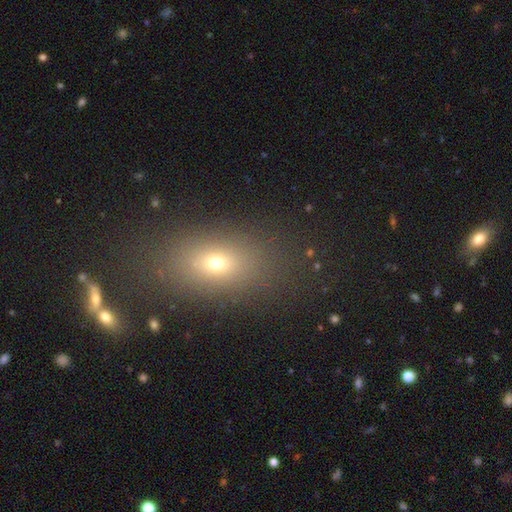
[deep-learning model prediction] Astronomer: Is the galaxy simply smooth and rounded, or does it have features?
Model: smooth — 62%.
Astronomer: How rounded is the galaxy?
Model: in between — 74%.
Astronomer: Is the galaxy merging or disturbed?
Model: none — 83%.